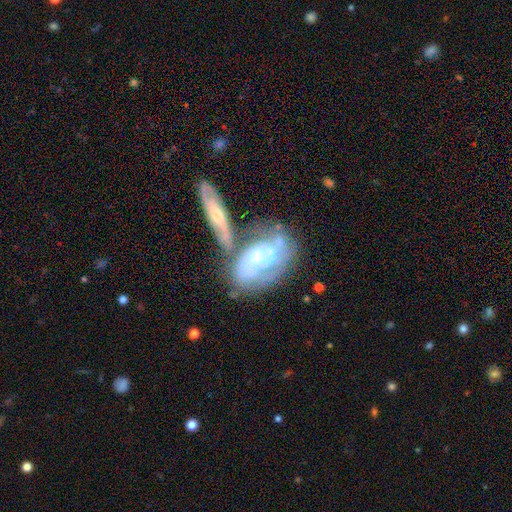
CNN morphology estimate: Smooth or featured? featured or disk (66%)
Edge-on disk? no (93%)
Bar? no (62%)
Spiral arms? yes (61%)
Bulge size? small (35%)
Merging? merger (46%)